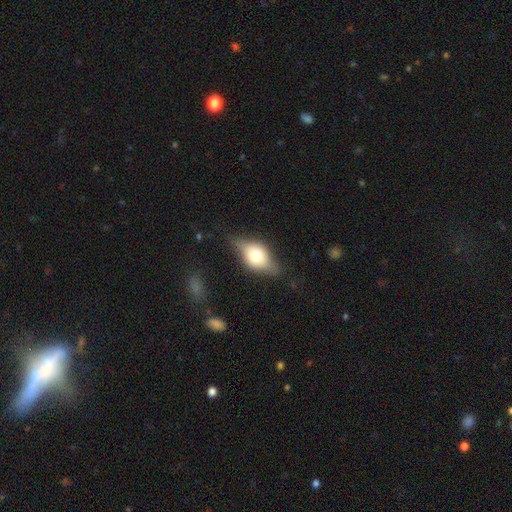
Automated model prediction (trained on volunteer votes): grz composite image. It shows a smooth galaxy with no disk features (51%) that is in between round and cigar-shaped (76%). Merging: none (65%).